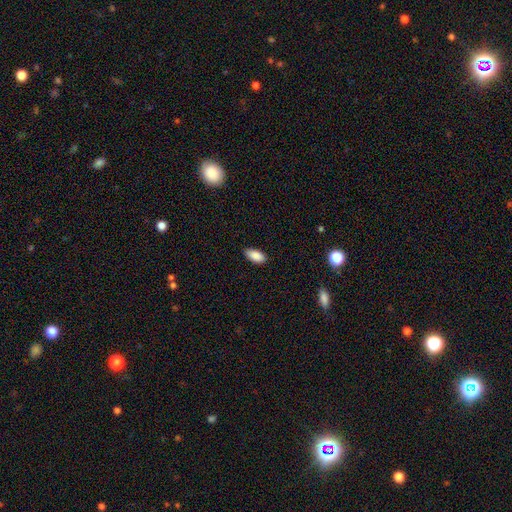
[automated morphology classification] Overall: smooth (89%). How rounded: in between (92%). Merging: none (86%).